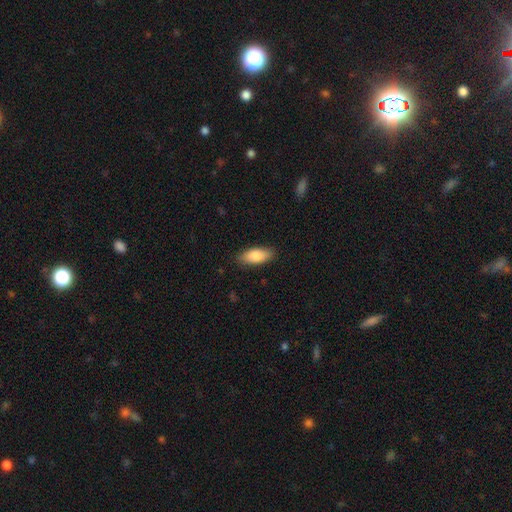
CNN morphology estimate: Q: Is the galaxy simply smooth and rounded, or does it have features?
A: smooth — 86%.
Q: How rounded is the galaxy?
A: in between — 83%.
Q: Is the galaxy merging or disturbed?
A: none — 87%.